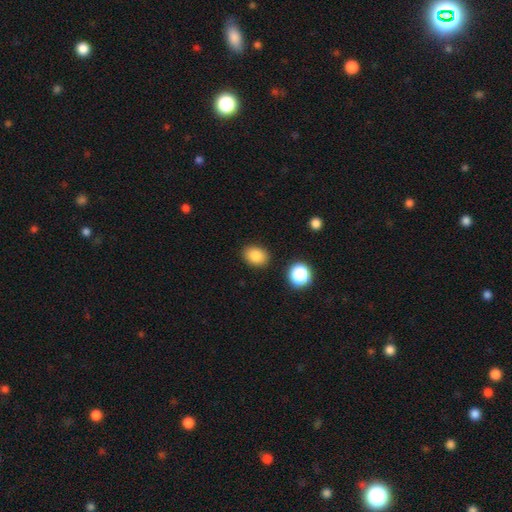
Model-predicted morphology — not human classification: smooth-or-featured: smooth: 84% | star or artifact: 11% | featured or disk: 5%
  how-rounded: in between: 61% | round: 38% | cigar-shaped: 1%
  merging: none: 87% | minor disturbance: 8% | major disturbance: 2% | merger: 2%